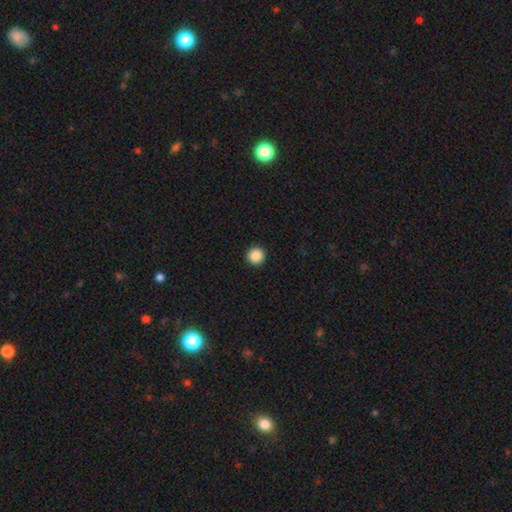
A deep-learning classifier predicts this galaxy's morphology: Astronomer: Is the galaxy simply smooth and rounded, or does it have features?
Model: smooth — 88%.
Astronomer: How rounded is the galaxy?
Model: round — 96%.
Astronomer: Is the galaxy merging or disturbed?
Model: none — 94%.